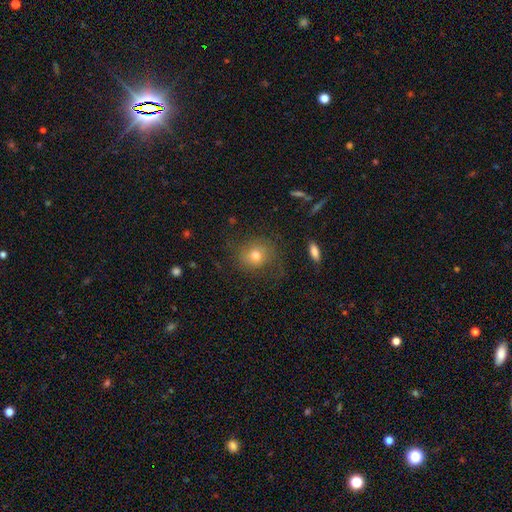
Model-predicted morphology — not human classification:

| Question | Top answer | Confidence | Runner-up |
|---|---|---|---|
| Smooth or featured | smooth | 71% | featured or disk (16%) |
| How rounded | round | 78% | in between (21%) |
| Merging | none | 72% | minor disturbance (16%) |